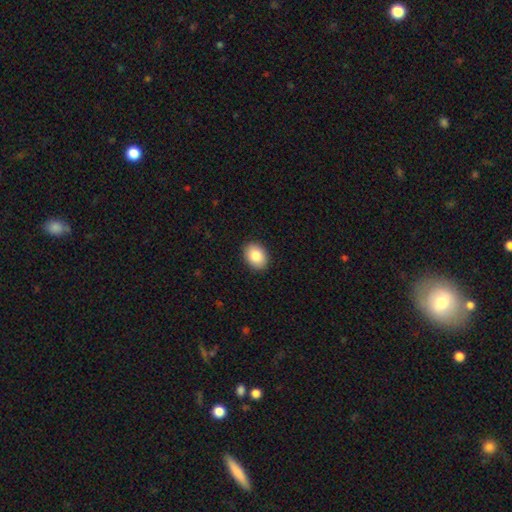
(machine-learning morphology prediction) The model was most divided on "how rounded": in between: 64%, round: 35%, cigar-shaped: 1%. More confident: merging — none (91%); smooth or featured — smooth (85%).